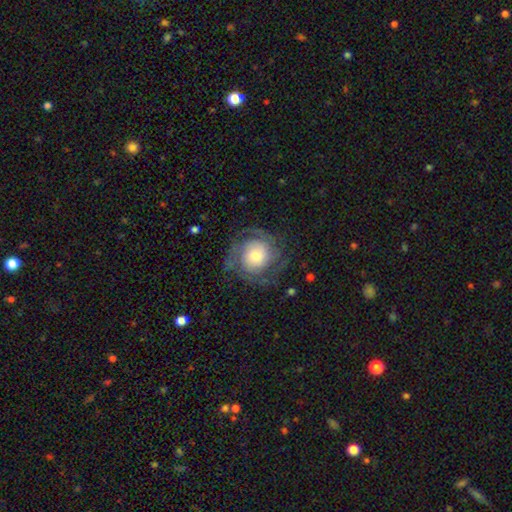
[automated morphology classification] Smooth or featured? featured or disk (71%)
Edge-on disk? no (98%)
Bar? no (78%)
Spiral arms? yes (90%)
Spiral winding? tight (53%)
Spiral arm count? 2 (38%)
Bulge size? moderate (45%)
Merging? none (72%)